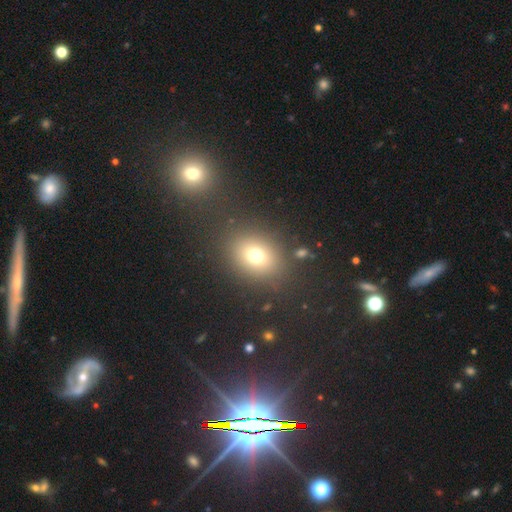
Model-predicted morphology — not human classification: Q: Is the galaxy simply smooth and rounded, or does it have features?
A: smooth — 72%.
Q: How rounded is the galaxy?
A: round — 56%.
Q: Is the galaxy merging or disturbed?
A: none — 82%.